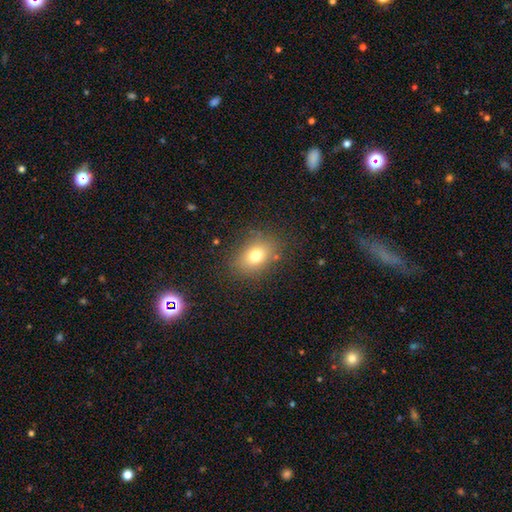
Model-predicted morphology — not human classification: Smooth or featured? Predicted: smooth (p=0.75). How rounded? Predicted: in between (p=0.70). Merging? Predicted: none (p=0.82).